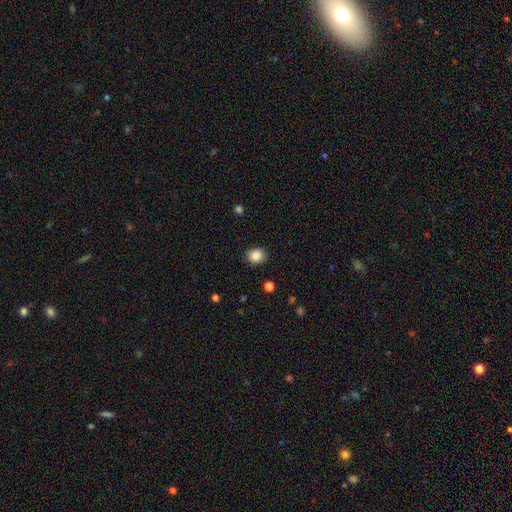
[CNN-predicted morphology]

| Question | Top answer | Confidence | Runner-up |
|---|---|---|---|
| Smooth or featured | smooth | 87% | star or artifact (9%) |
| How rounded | round | 66% | in between (34%) |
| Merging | none | 89% | minor disturbance (7%) |